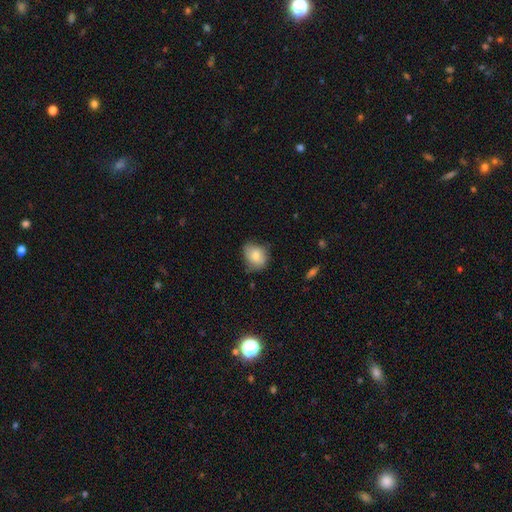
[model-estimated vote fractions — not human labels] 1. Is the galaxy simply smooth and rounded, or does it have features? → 78% smooth, 15% featured or disk, 8% star or artifact.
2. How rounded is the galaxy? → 51% round, 48% in between, 1% cigar-shaped.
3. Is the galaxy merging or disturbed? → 57% none, 34% minor disturbance, 8% major disturbance, 2% merger.